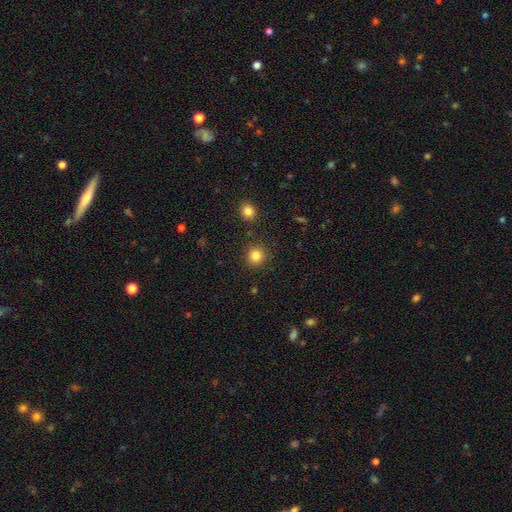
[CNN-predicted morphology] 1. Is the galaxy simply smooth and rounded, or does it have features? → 84% smooth, 12% star or artifact, 4% featured or disk.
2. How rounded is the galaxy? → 91% round, 8% in between, 1% cigar-shaped.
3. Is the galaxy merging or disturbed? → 88% none, 7% minor disturbance, 3% merger, 3% major disturbance.